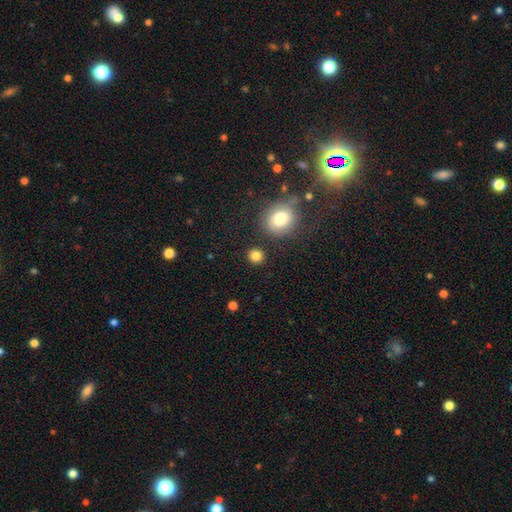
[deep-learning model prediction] Smooth or featured: smooth — 85% (star or artifact — 11%)
How rounded: round — 86% (in between — 13%)
Merging: none — 87% (minor disturbance — 7%)